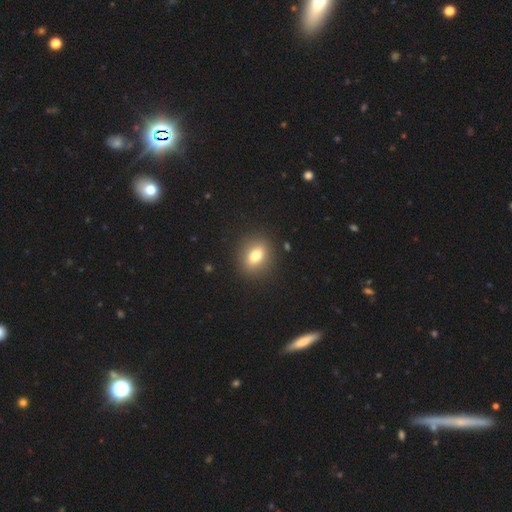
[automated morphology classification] A smooth galaxy with no disk features (75%) that is round (51%).

Vote fractions:
- Smooth or featured? smooth: 75% / featured or disk: 14% / star or artifact: 11%
- How rounded? round: 51% / in between: 47% / cigar-shaped: 2%
- Merging? none: 89% / minor disturbance: 7% / major disturbance: 3% / merger: 1%